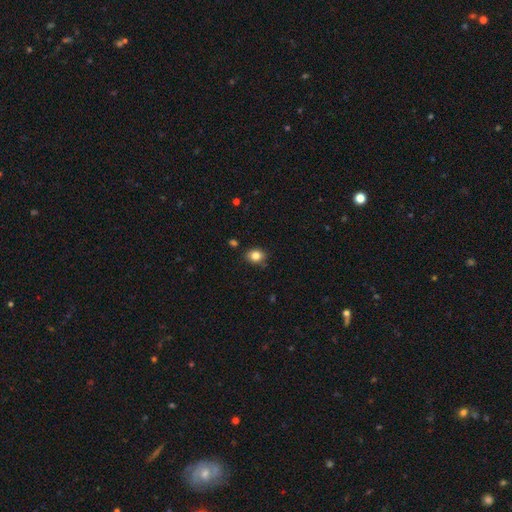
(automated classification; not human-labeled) smooth_or_featured: smooth (p=0.82) [alt: star or artifact p=0.11]
how_rounded: round (p=0.56) [alt: in between p=0.43]
merging: none (p=0.80) [alt: minor disturbance p=0.15]